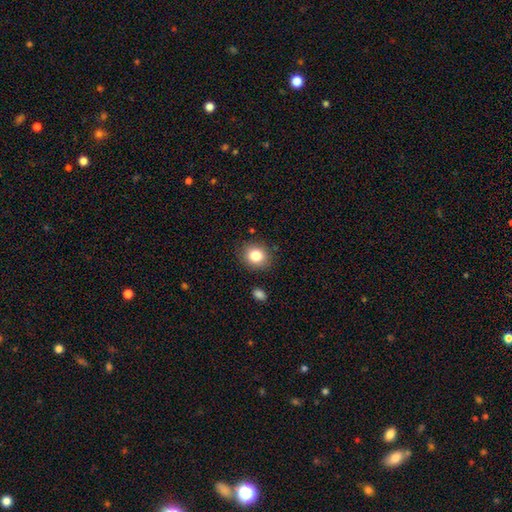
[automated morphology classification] A smooth galaxy with no disk features (82%) that is round (68%).

Vote fractions:
- Smooth or featured? smooth: 82% / star or artifact: 10% / featured or disk: 8%
- How rounded? round: 68% / in between: 31% / cigar-shaped: 1%
- Merging? none: 86% / minor disturbance: 9% / major disturbance: 3% / merger: 2%